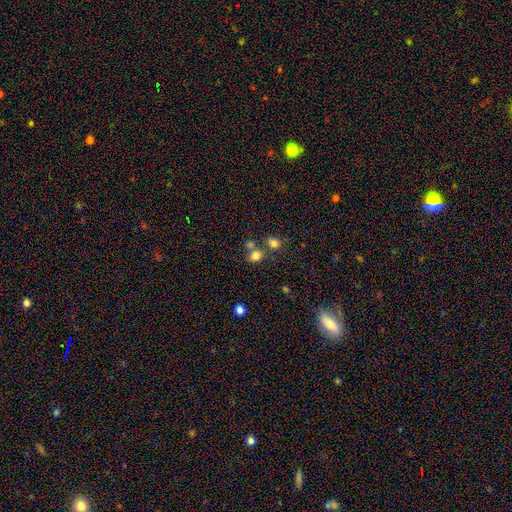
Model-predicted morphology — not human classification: Overall: smooth (78%). How rounded: round (62%; in between 37%). Merging: none (58%; merger 26%).